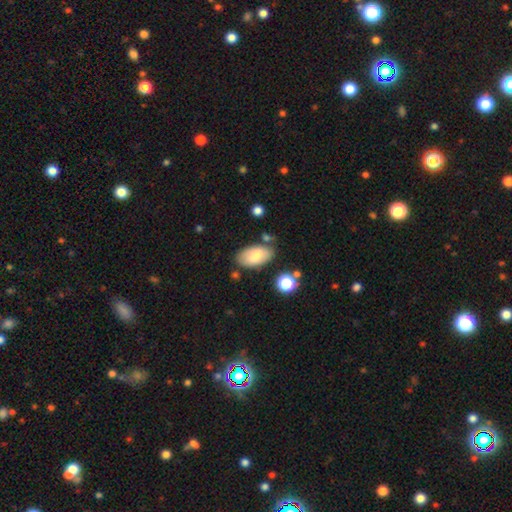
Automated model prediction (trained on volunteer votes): Smooth or featured: smooth — 74% (featured or disk — 19%)
How rounded: in between — 93% (cigar-shaped — 3%)
Merging: none — 72% (minor disturbance — 17%)